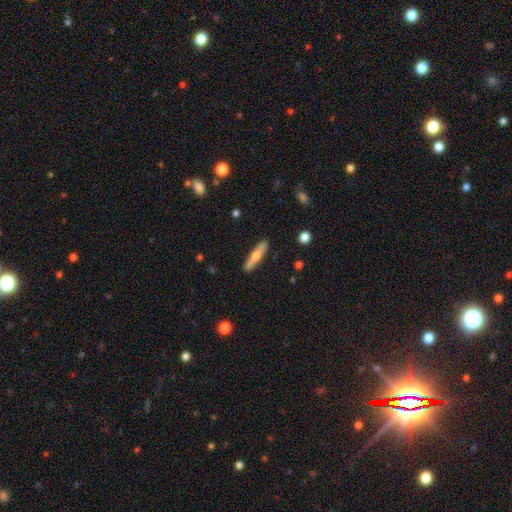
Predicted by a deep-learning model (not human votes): Q: Smooth or featured?
A: smooth (51%); runner-up: featured or disk (44%)
Q: How rounded?
A: cigar-shaped (85%); runner-up: in between (13%)
Q: Merging?
A: none (89%); runner-up: minor disturbance (8%)